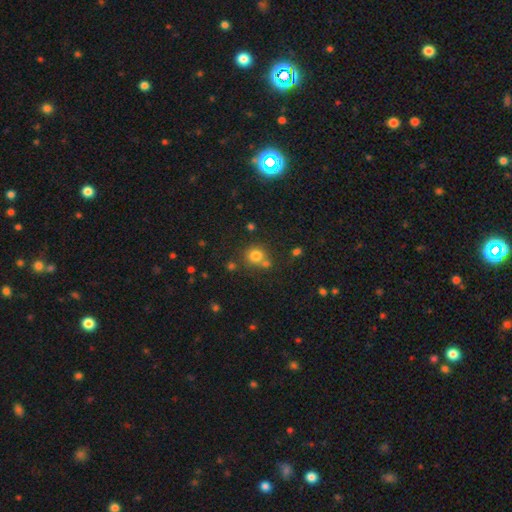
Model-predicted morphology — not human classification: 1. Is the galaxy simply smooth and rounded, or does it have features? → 77% smooth, 15% star or artifact, 8% featured or disk.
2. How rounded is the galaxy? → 86% round, 13% in between, 1% cigar-shaped.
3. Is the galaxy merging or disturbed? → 61% none, 24% merger, 11% minor disturbance, 4% major disturbance.